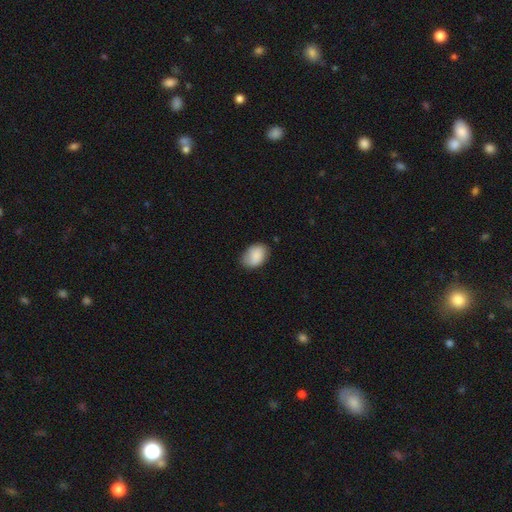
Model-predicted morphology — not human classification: This is clearly a smooth galaxy (86%). How rounded: likely in between (80%). Merging: likely none (69%).